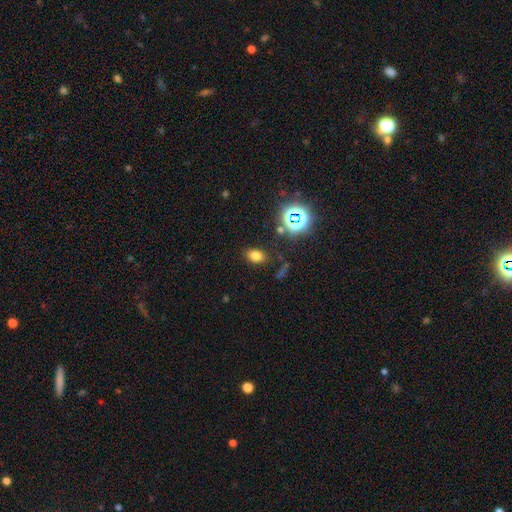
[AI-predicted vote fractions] A smooth galaxy with no disk features (72%) that is in between round and cigar-shaped (82%).

Vote fractions:
- Smooth or featured? smooth: 72% / star or artifact: 20% / featured or disk: 8%
- How rounded? in between: 82% / round: 17% / cigar-shaped: 1%
- Merging? none: 84% / minor disturbance: 10% / major disturbance: 4% / merger: 2%